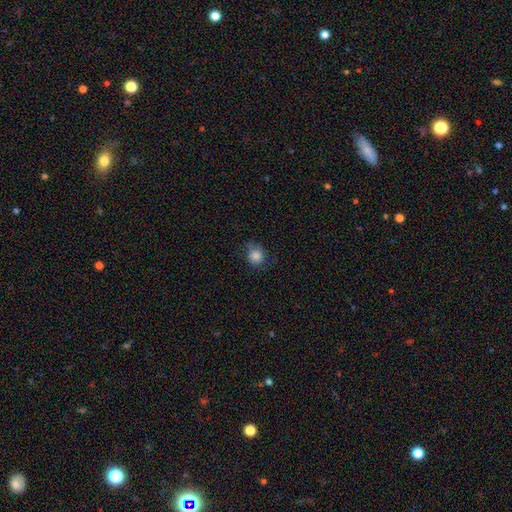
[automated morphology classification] The model was most divided on "merging": none: 65%, minor disturbance: 24%, major disturbance: 10%, merger: 1%. More confident: how rounded — round (79%); smooth or featured — smooth (75%).